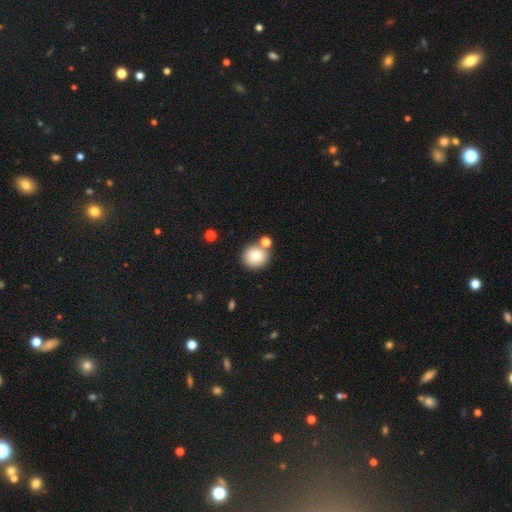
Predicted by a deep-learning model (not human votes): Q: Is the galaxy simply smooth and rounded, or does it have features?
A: smooth — 82%.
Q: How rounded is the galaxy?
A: round — 89%.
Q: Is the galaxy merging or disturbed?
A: none — 72%.